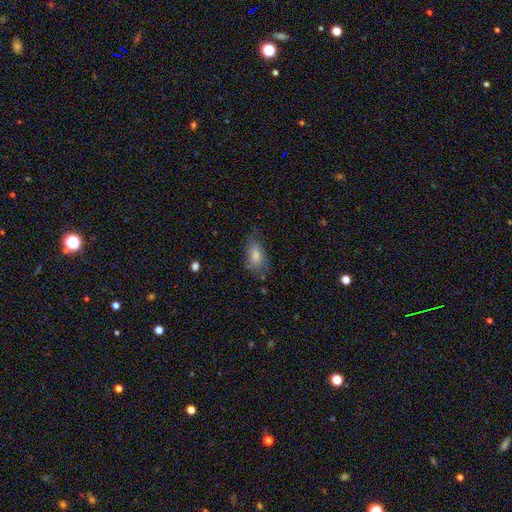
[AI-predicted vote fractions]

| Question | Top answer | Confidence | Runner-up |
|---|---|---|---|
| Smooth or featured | smooth | 77% | featured or disk (15%) |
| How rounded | in between | 89% | cigar-shaped (6%) |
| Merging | none | 57% | minor disturbance (30%) |